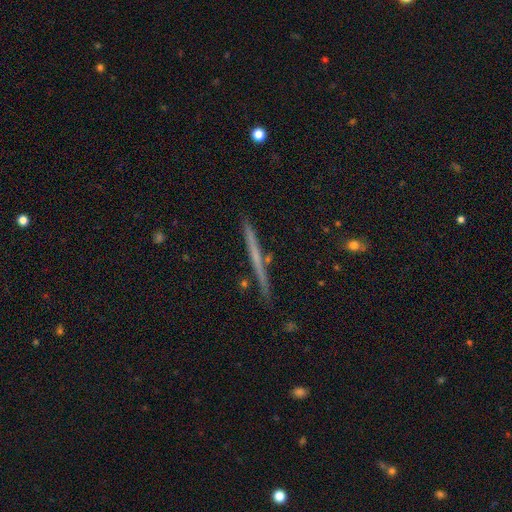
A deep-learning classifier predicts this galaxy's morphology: smooth-or-featured: featured or disk: 55% | smooth: 38% | star or artifact: 8%
  disk-edge-on: yes: 97% | no: 3%
    edge-on-bulge: none: 88% | rounded: 9% | boxy: 3%
  merging: none: 89% | minor disturbance: 8% | merger: 2% | major disturbance: 2%